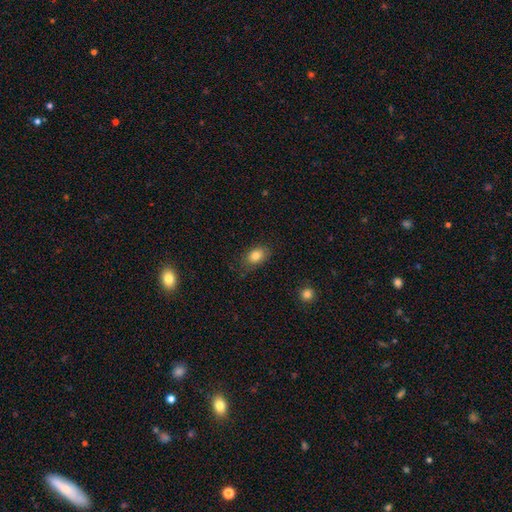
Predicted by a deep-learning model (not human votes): This appears to be a smooth galaxy with no disk features (82%) that is in between round and cigar-shaped (81%). Merging: none (77%).